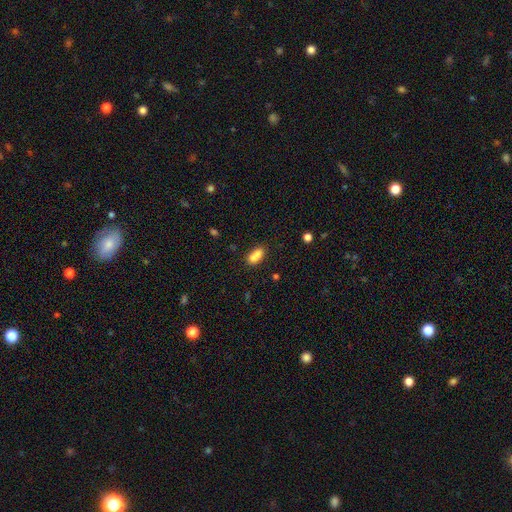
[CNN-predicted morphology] Smooth or featured?
  - smooth: 72% *
  - featured or disk: 17%
  - star or artifact: 11%
How rounded?
  - in between: 70% *
  - round: 24%
  - cigar-shaped: 6%
Merging?
  - merger: 58% *
  - none: 29%
  - minor disturbance: 9%
  - major disturbance: 4%